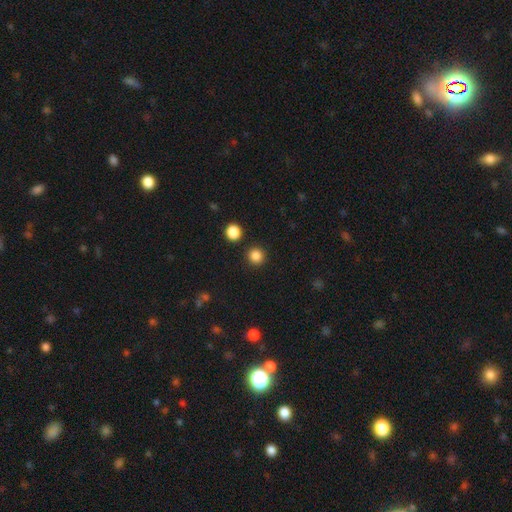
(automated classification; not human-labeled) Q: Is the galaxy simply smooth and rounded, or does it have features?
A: smooth — 85%.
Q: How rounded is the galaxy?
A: round — 94%.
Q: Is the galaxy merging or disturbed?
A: none — 91%.